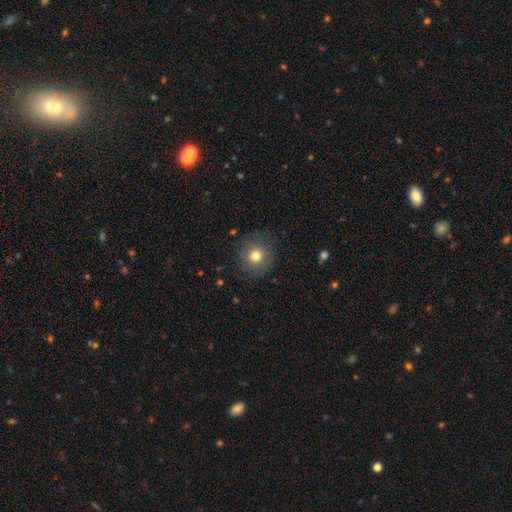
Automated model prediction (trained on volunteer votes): Overall: smooth (74%). How rounded: round (88%). Merging: none (83%).